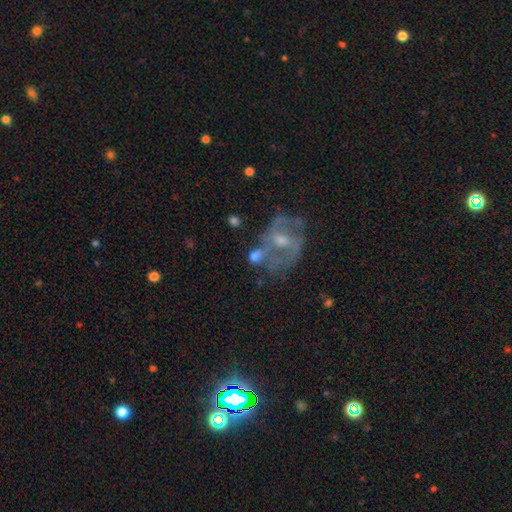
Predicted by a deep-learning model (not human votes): Smooth or featured: featured or disk — 51% (smooth — 37%)
Edge-on disk: no — 96% (yes — 4%)
Merging: none — 40% (merger — 23%)